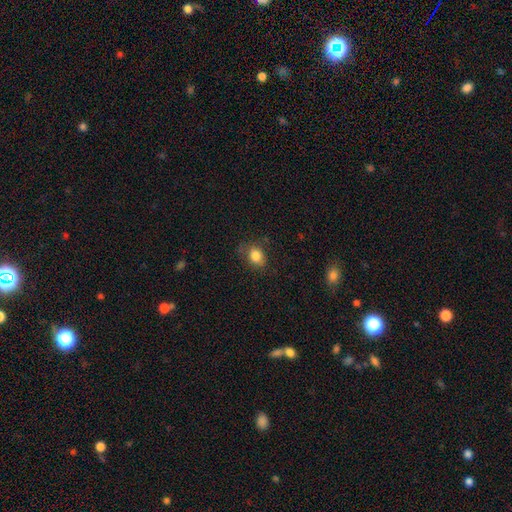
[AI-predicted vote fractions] Smooth or featured?
  - smooth: 83% *
  - star or artifact: 10%
  - featured or disk: 7%
How rounded?
  - round: 51% *
  - in between: 48%
  - cigar-shaped: 1%
Merging?
  - none: 74% *
  - minor disturbance: 19%
  - major disturbance: 5%
  - merger: 2%